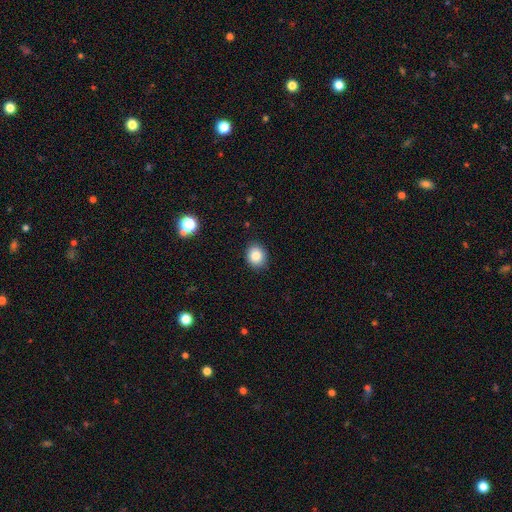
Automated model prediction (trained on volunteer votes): smooth-or-featured: smooth: 84% | star or artifact: 10% | featured or disk: 6%
  how-rounded: round: 69% | in between: 30% | cigar-shaped: 1%
  merging: none: 89% | minor disturbance: 8% | major disturbance: 2% | merger: 1%